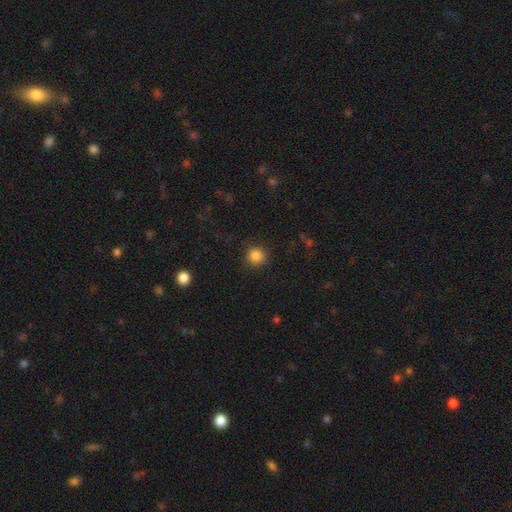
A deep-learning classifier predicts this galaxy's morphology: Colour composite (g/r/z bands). It shows a smooth galaxy with no disk features (85%) that is round (93%). Merging: none (89%).